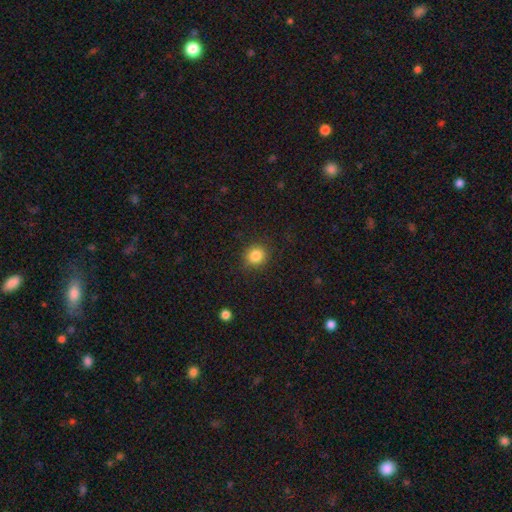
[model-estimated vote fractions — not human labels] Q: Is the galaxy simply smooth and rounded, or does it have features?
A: smooth — 84%.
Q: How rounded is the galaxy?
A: round — 89%.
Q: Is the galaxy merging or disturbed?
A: none — 89%.